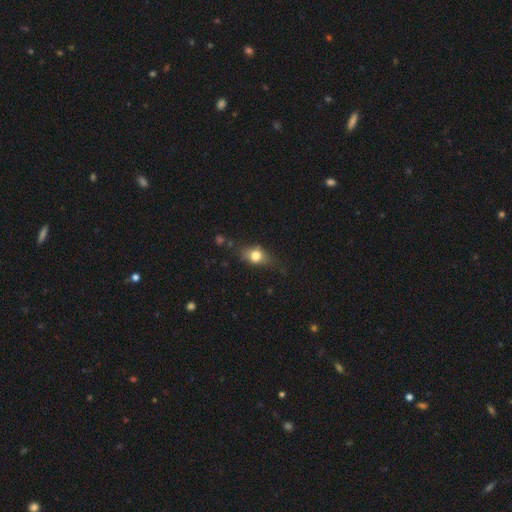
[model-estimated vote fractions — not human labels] This appears to be a smooth galaxy with no disk features (70%) that is in between round and cigar-shaped (60%). Merging: none (67%).